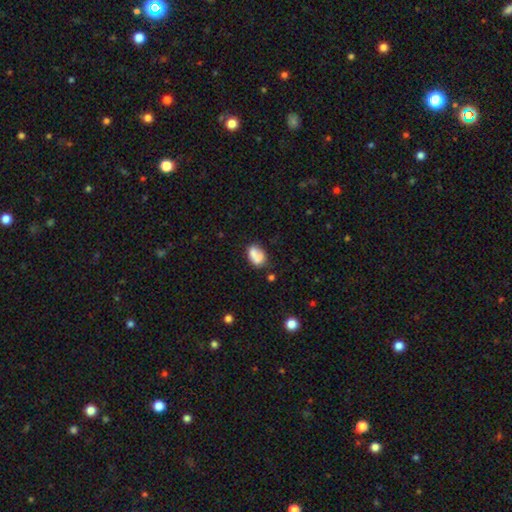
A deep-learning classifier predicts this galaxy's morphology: A smooth galaxy with no disk features (73%) that is in between round and cigar-shaped (81%). Merging: none (50%).